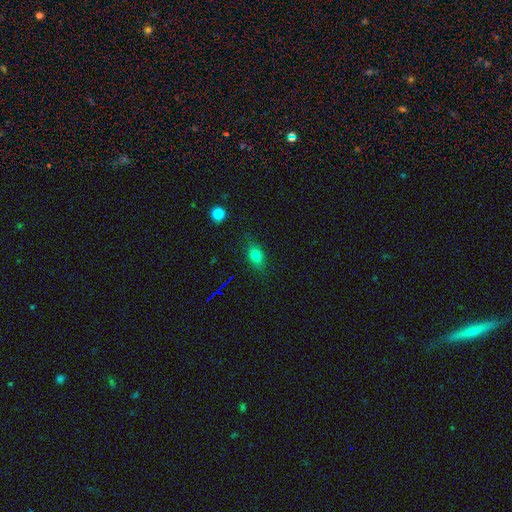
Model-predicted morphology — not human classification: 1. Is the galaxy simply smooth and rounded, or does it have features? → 76% smooth, 14% star or artifact, 10% featured or disk.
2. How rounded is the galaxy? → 77% in between, 19% round, 4% cigar-shaped.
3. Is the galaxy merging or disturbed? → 78% none, 16% minor disturbance, 4% major disturbance, 2% merger.